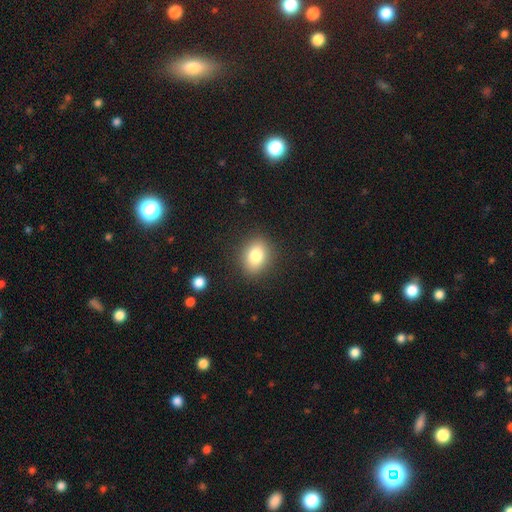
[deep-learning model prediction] A smooth galaxy with no disk features (81%) that is in between round and cigar-shaped (51%).

Vote fractions:
- Smooth or featured? smooth: 81% / star or artifact: 10% / featured or disk: 9%
- How rounded? in between: 51% / round: 48% / cigar-shaped: 1%
- Merging? none: 87% / minor disturbance: 9% / major disturbance: 3% / merger: 1%